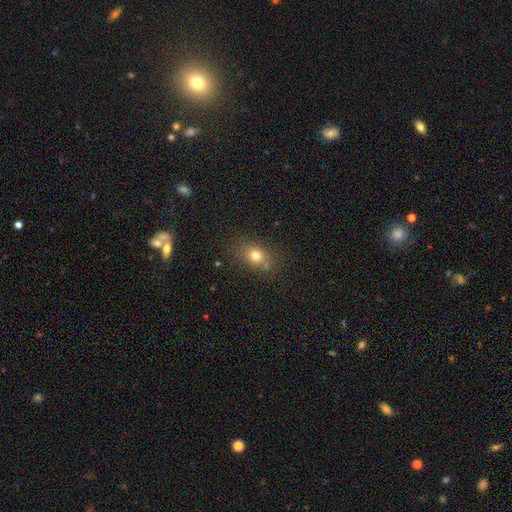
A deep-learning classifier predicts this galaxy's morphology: type=smooth (75%); roundness=in between (58%); merging=none (74%).